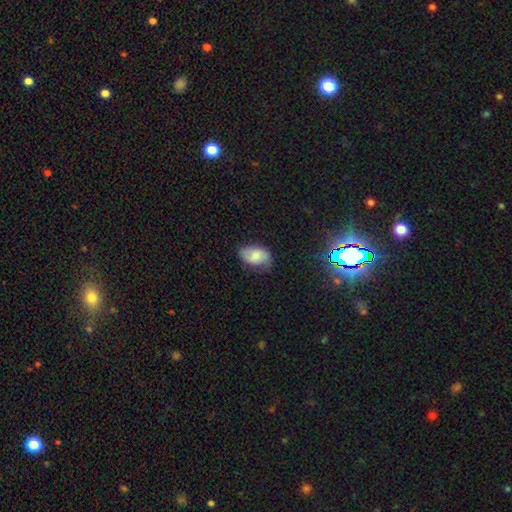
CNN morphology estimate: smooth_or_featured: smooth (p=0.69) [alt: featured or disk p=0.22]
how_rounded: in between (p=0.86) [alt: round p=0.12]
merging: none (p=0.61) [alt: minor disturbance p=0.30]